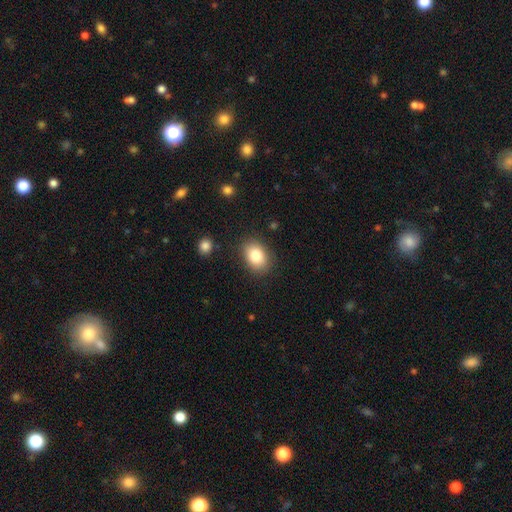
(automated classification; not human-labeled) This appears to be a smooth galaxy with no disk features (83%) that is in between round and cigar-shaped (76%). Merging: none (85%).